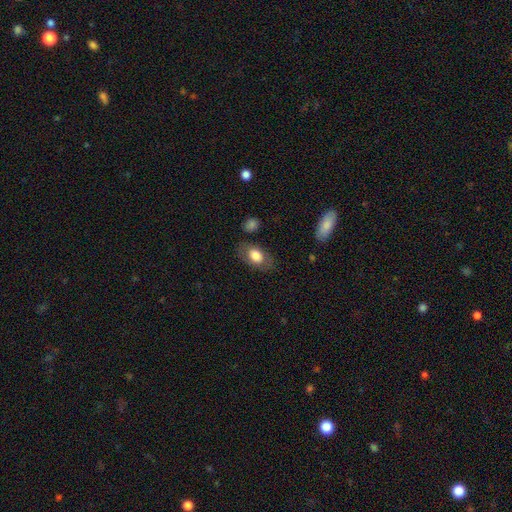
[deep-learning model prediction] Smooth or featured: smooth — 73% (featured or disk — 20%)
How rounded: in between — 89% (round — 10%)
Merging: none — 78% (minor disturbance — 14%)